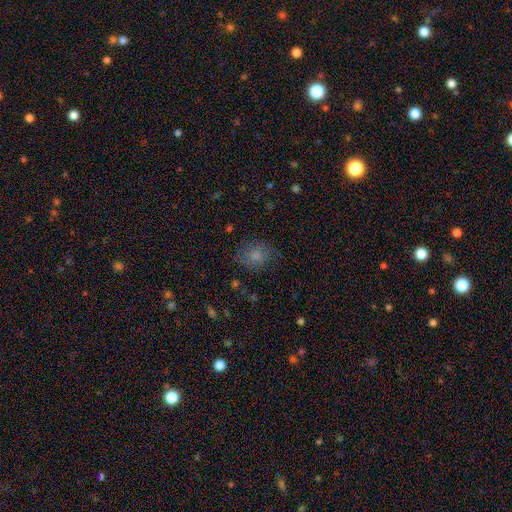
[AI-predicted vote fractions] Morphology: type=smooth (77%); roundness=round (63%); merging=none (75%).